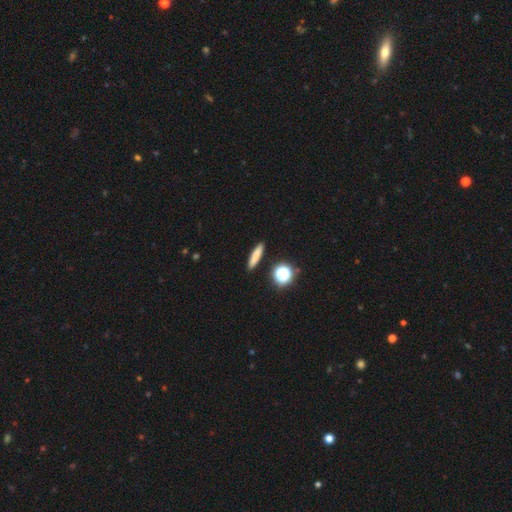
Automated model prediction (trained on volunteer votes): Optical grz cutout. It shows a smooth galaxy with no disk features (77%) that is cigar-shaped (81%). Merging: none (90%).